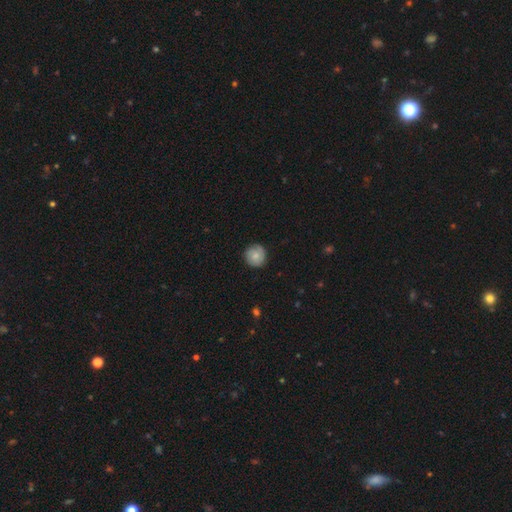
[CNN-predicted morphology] Smooth or featured: smooth — 75% (featured or disk — 18%)
How rounded: round — 93% (in between — 6%)
Merging: none — 85% (minor disturbance — 11%)